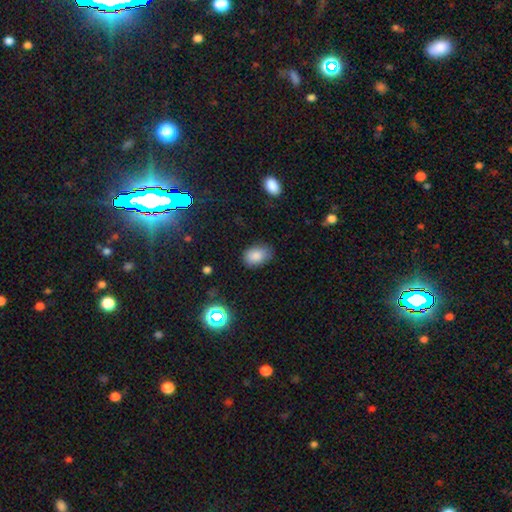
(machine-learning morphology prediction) A smooth galaxy with no disk features (84%) that is in between round and cigar-shaped (82%). Merging: none (74%).